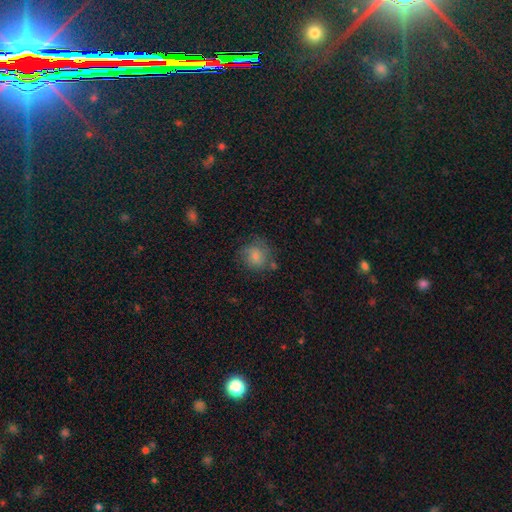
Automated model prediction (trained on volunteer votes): Smooth or featured?
  - smooth: 69% *
  - featured or disk: 21%
  - star or artifact: 9%
How rounded?
  - round: 82% *
  - in between: 17%
  - cigar-shaped: 1%
Merging?
  - none: 61% *
  - minor disturbance: 23%
  - major disturbance: 11%
  - merger: 5%